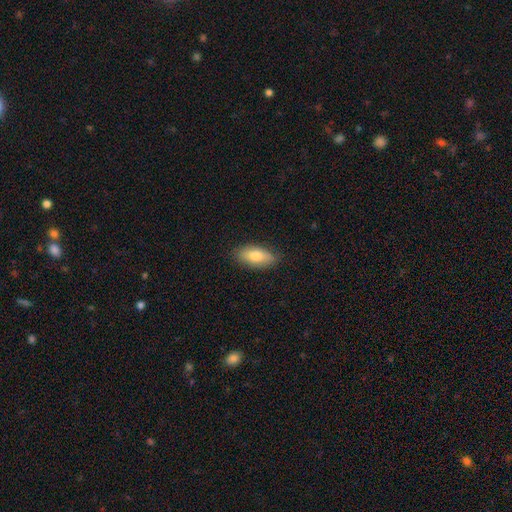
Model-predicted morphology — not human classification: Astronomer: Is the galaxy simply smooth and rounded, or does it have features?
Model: smooth — 78%.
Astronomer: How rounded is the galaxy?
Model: in between — 88%.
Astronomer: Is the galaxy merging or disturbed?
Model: none — 85%.